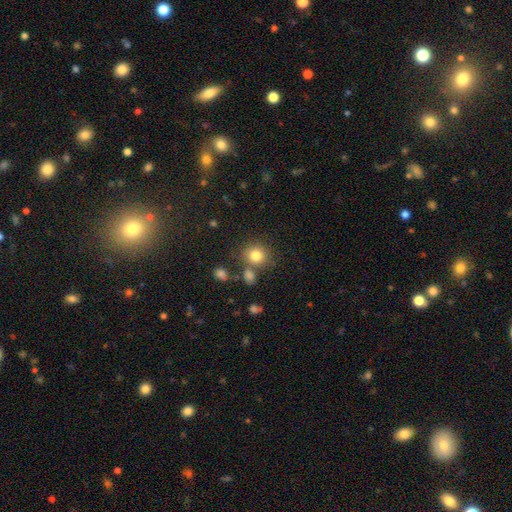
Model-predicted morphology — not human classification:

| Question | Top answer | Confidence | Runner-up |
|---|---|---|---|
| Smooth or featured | smooth | 81% | star or artifact (12%) |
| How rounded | round | 83% | in between (16%) |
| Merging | none | 71% | merger (14%) |